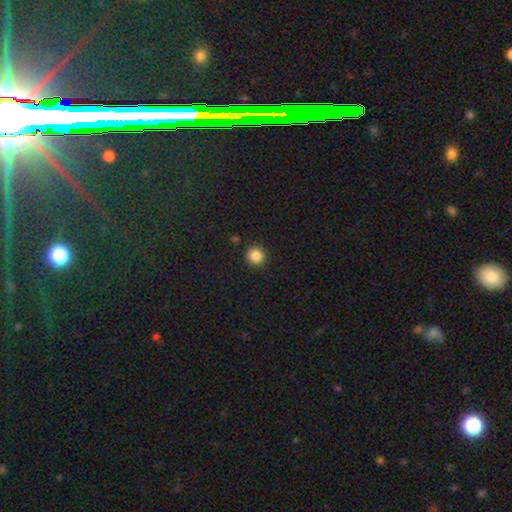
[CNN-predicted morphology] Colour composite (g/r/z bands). It shows a smooth galaxy with no disk features (86%) that is round (93%). Merging: none (91%).